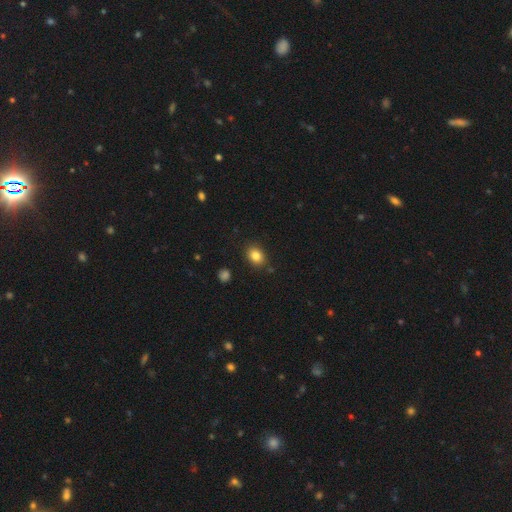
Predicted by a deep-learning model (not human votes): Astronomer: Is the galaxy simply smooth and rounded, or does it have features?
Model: smooth — 84%.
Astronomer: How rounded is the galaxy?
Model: in between — 61% (runner-up: round, 38%).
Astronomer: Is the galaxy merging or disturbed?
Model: none — 84%.